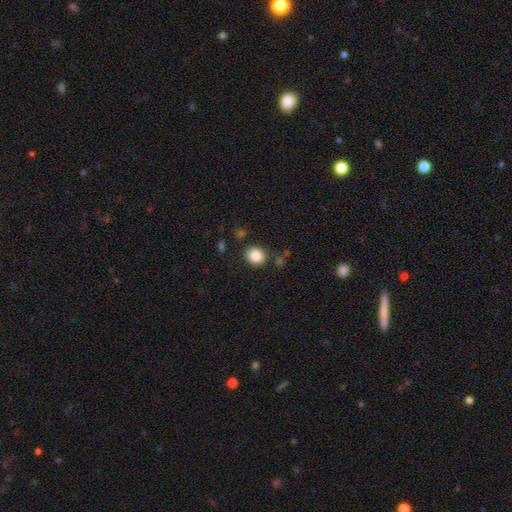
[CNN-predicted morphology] Smooth or featured: smooth — 87% (star or artifact — 9%)
How rounded: round — 75% (in between — 24%)
Merging: none — 85% (minor disturbance — 8%)